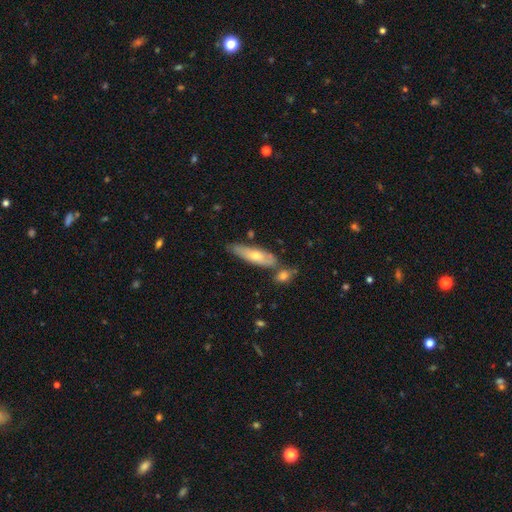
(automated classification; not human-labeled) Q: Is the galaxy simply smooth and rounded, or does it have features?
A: smooth — 51%.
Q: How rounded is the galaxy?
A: cigar-shaped — 61%.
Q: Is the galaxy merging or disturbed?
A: none — 61%.